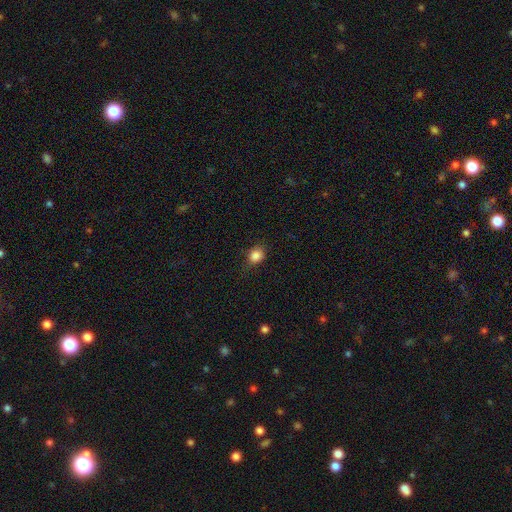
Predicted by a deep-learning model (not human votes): Smooth or featured?
  - smooth: 84% *
  - star or artifact: 10%
  - featured or disk: 5%
How rounded?
  - round: 64% *
  - in between: 35%
  - cigar-shaped: 1%
Merging?
  - none: 73% *
  - minor disturbance: 21%
  - major disturbance: 5%
  - merger: 1%